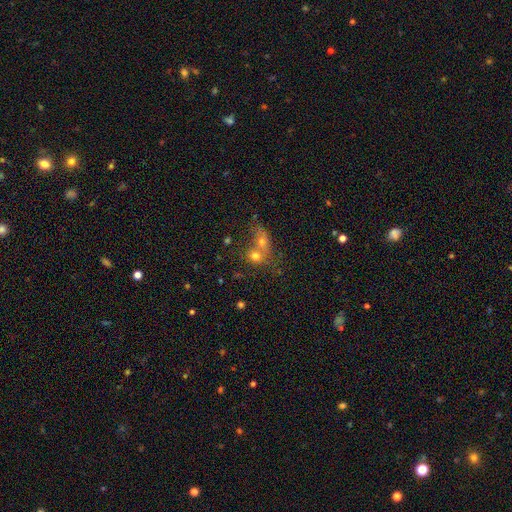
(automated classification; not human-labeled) Smooth or featured?
  - smooth: 68% *
  - featured or disk: 17%
  - star or artifact: 16%
How rounded?
  - round: 69% *
  - in between: 29%
  - cigar-shaped: 2%
Merging?
  - merger: 62% *
  - none: 28%
  - minor disturbance: 6%
  - major disturbance: 4%